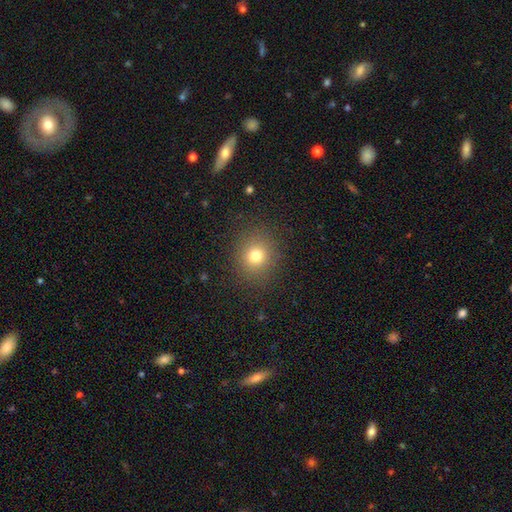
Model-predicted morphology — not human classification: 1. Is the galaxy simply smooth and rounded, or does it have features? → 75% smooth, 16% star or artifact, 9% featured or disk.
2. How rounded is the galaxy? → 84% round, 15% in between, 1% cigar-shaped.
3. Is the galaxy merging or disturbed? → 88% none, 7% minor disturbance, 4% major disturbance, 1% merger.